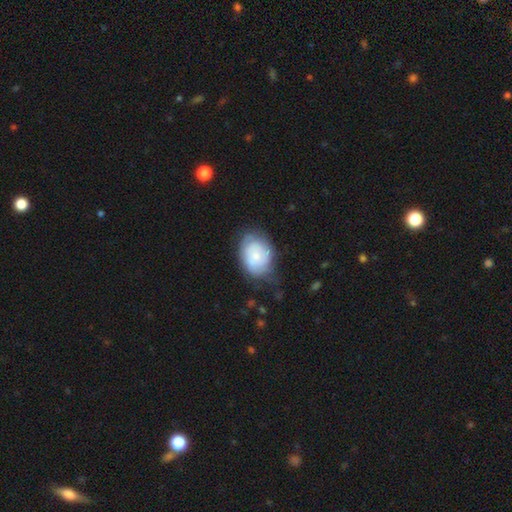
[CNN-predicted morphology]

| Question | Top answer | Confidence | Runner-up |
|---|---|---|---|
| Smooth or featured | smooth | 52% | featured or disk (41%) |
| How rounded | in between | 66% | round (33%) |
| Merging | none | 54% | minor disturbance (31%) |